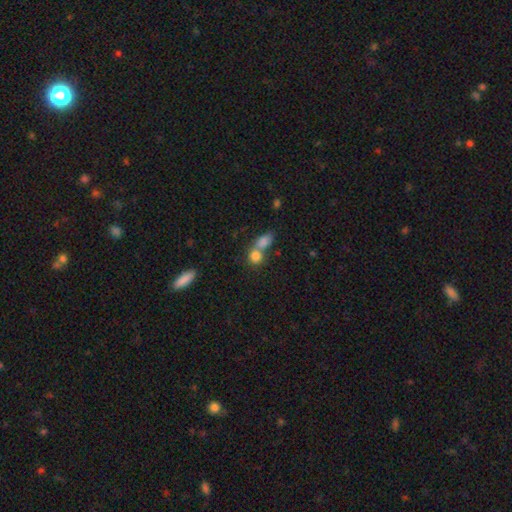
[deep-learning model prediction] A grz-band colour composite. It shows a smooth galaxy with no disk features (82%) that is round (65%). Merging: merger (55%).